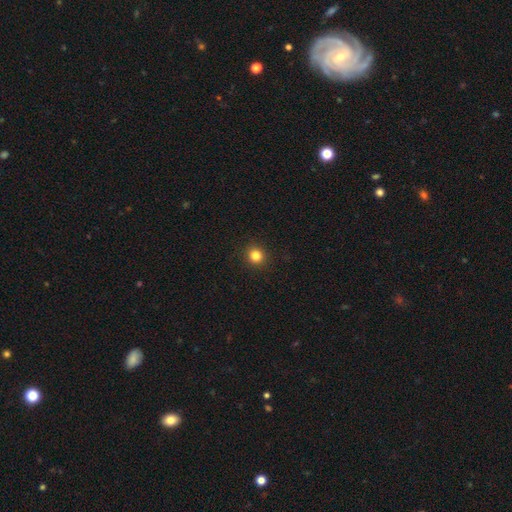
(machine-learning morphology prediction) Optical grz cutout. It shows a smooth galaxy with no disk features (83%) that is round (91%). Merging: none (92%).